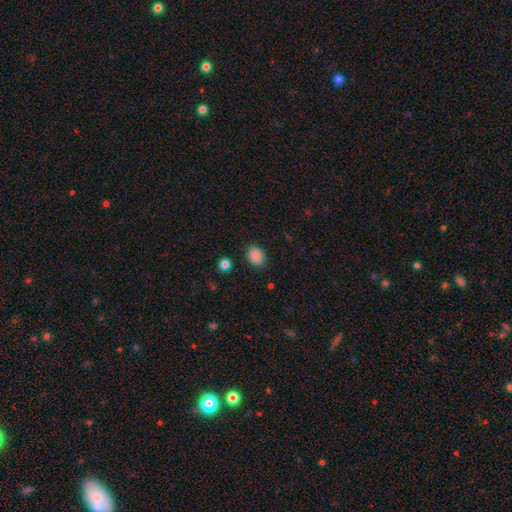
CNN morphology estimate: Overall: smooth (88%). How rounded: in between (61%; round 38%). Merging: none (84%).